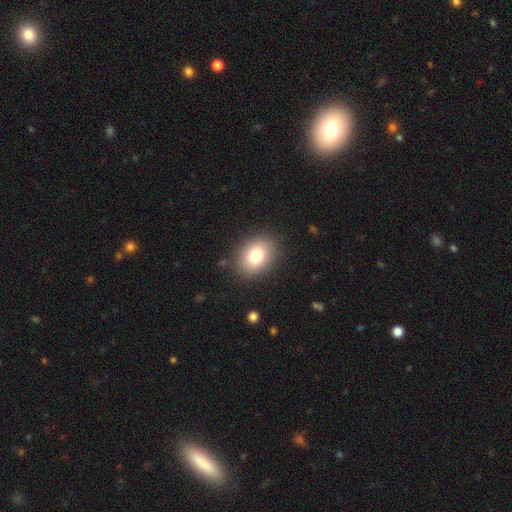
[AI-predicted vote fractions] Morphology: type=smooth (81%); roundness=in between (64%); merging=none (87%).